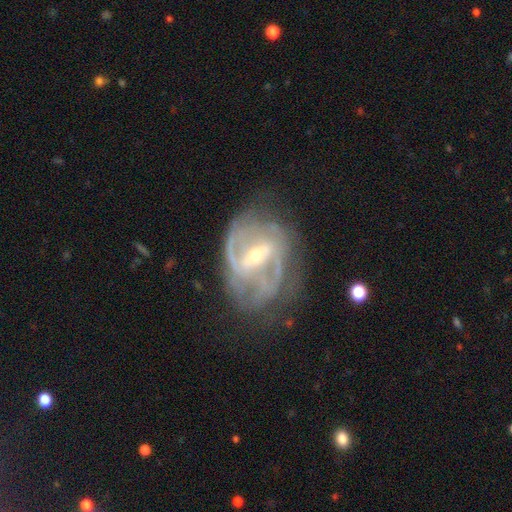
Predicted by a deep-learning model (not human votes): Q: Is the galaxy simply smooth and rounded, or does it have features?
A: featured or disk — 86%.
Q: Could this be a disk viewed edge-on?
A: no — 96%.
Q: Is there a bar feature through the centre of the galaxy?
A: strong — 48%.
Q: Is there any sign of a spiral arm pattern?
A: yes — 87%.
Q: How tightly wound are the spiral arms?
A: medium — 46%.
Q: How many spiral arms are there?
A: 2 — 56%.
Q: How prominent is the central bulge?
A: small — 59%.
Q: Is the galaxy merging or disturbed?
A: none — 52%.